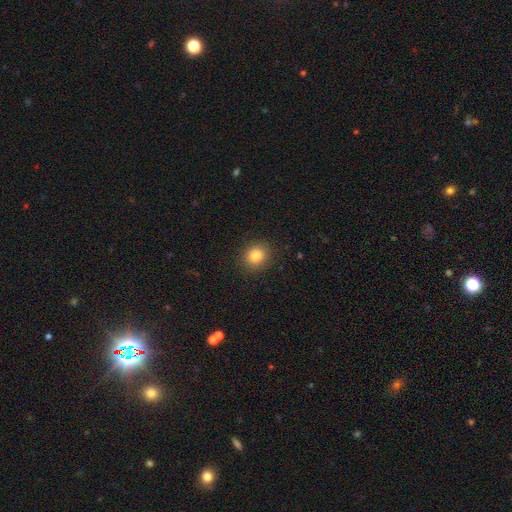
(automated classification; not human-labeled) The model was most divided on "how rounded": round: 79%, in between: 20%, cigar-shaped: 1%. More confident: merging — none (90%); smooth or featured — smooth (82%).